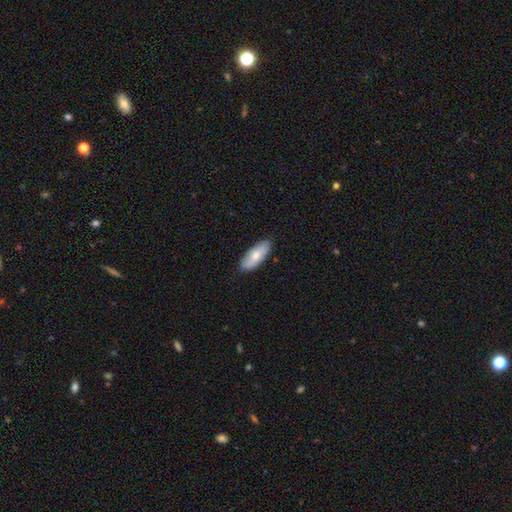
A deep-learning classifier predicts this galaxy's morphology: Smooth or featured? smooth (72%)
How rounded? in between (82%)
Merging? none (84%)